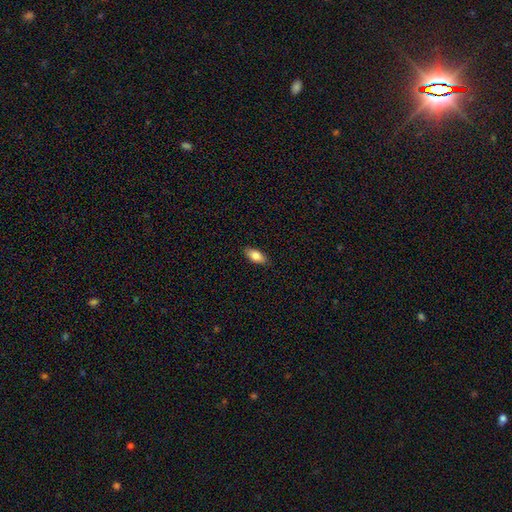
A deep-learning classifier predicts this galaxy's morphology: smooth 82%, featured or disk 11%, star or artifact 7%. Down the decision tree: how rounded — in between (87%); merging — none (87%).